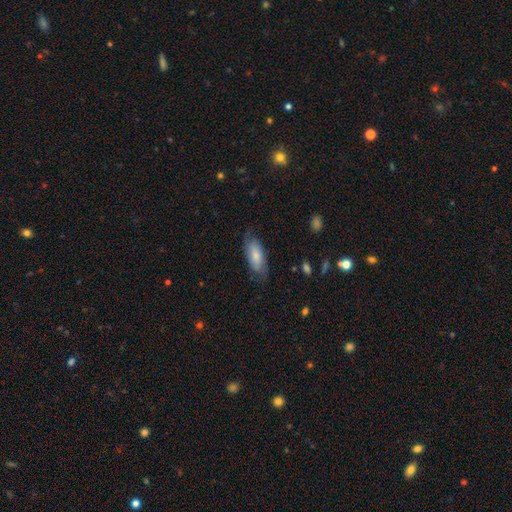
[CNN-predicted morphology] smooth 70%, featured or disk 24%, star or artifact 6%. Down the decision tree: how rounded — in between (82%); merging — none (71%).